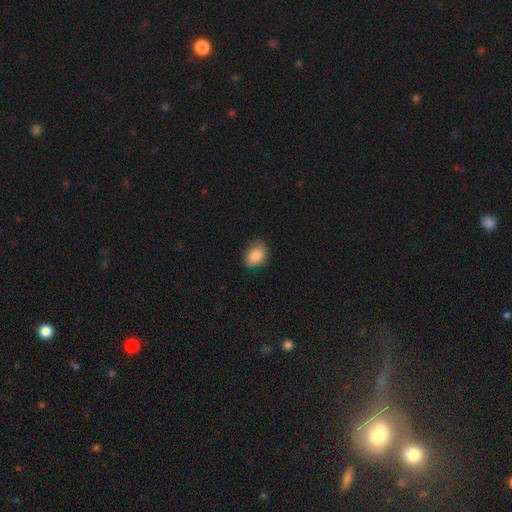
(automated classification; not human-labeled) Smooth or featured? smooth (86%)
How rounded? in between (75%)
Merging? none (72%)